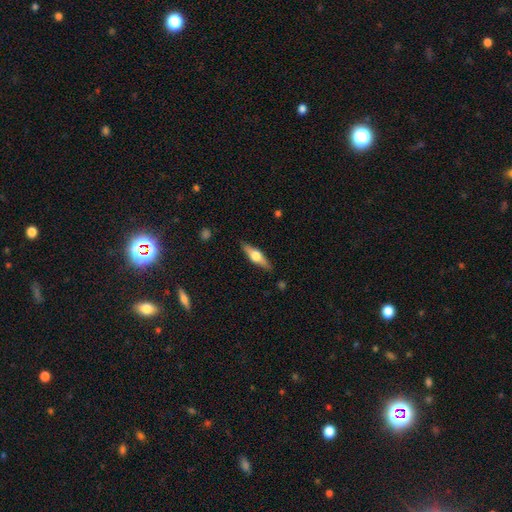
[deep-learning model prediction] A featured or disk galaxy (64%) viewed edge-on (95%) with a rounded central bulge (94%).

Vote fractions:
- Smooth or featured? featured or disk: 64% / smooth: 30% / star or artifact: 5%
- Edge-on disk? yes: 95% / no: 5%
- Edge-on bulge? rounded: 94% / boxy: 4% / none: 1%
- Merging? none: 88% / minor disturbance: 9% / major disturbance: 2% / merger: 1%